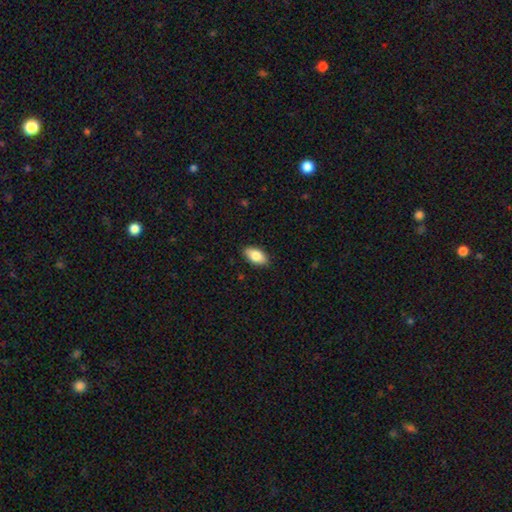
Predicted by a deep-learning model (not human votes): This appears to be a smooth galaxy with no disk features (83%) that is in between round and cigar-shaped (92%). Merging: none (87%).